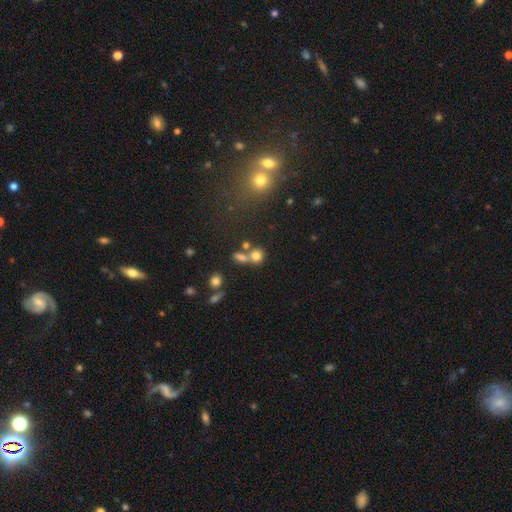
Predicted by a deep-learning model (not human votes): smooth-or-featured: smooth: 75% | star or artifact: 14% | featured or disk: 11%
  how-rounded: round: 80% | in between: 18% | cigar-shaped: 2%
  merging: none: 44% | merger: 42% | minor disturbance: 9% | major disturbance: 5%